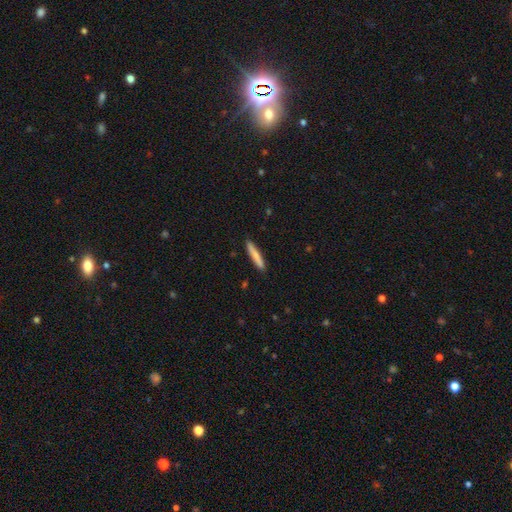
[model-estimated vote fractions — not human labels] Morphology: type=smooth (76%); roundness=cigar-shaped (94%); merging=none (90%).